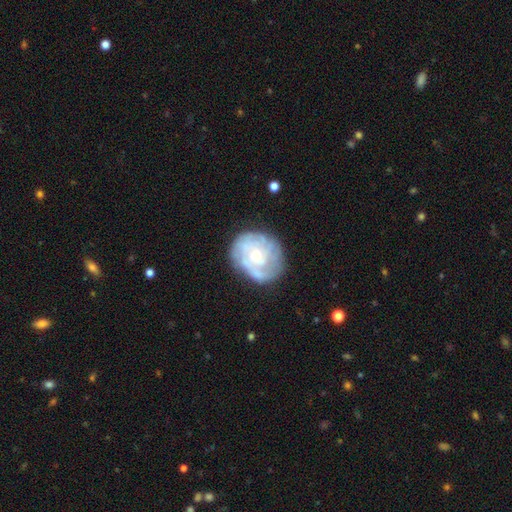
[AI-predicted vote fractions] Smooth or featured? featured or disk (72%)
Edge-on disk? no (97%)
Bar? no (81%)
Spiral arms? yes (76%)
Spiral winding? tight (65%)
Spiral arm count? can't tell (53%)
Bulge size? small (50%)
Merging? none (71%)